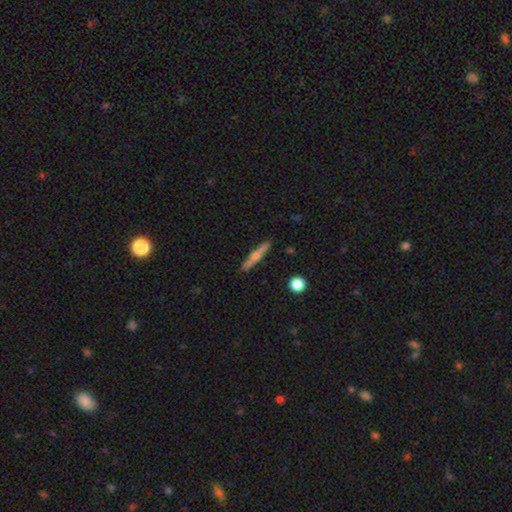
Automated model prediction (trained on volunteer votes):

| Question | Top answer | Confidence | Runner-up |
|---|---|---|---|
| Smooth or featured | featured or disk | 55% | smooth (38%) |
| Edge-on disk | yes | 97% | no (3%) |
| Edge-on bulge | rounded | 84% | none (11%) |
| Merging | none | 90% | minor disturbance (7%) |